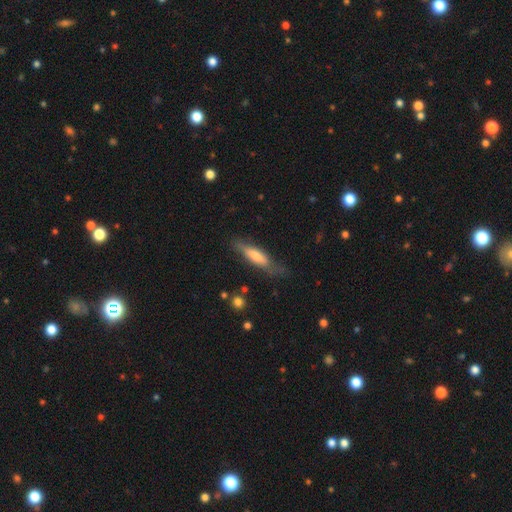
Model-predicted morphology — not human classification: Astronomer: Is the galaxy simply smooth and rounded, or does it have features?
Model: smooth — 56% (runner-up: featured or disk, 37%).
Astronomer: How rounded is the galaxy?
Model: cigar-shaped — 67%.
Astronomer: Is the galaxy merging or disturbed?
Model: none — 66%.